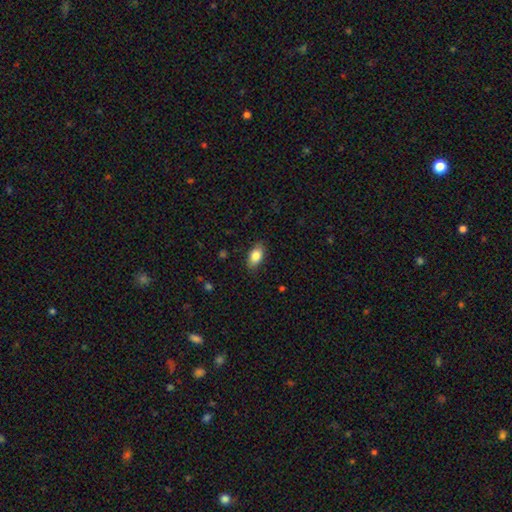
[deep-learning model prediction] Morphology: type=smooth (84%); roundness=in between (91%); merging=none (86%).